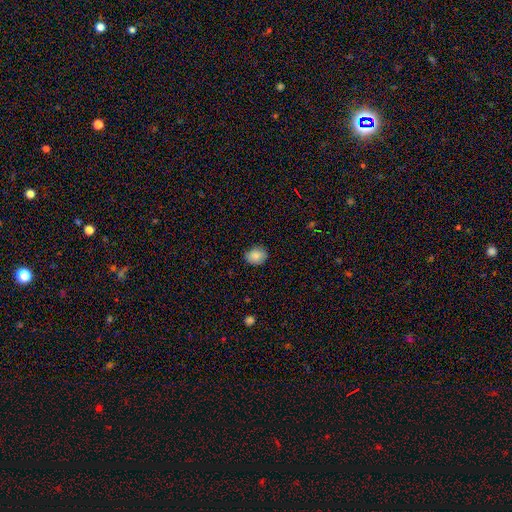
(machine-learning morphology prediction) This appears to be a smooth galaxy with no disk features (85%) that is round (51%). Merging: none (84%).